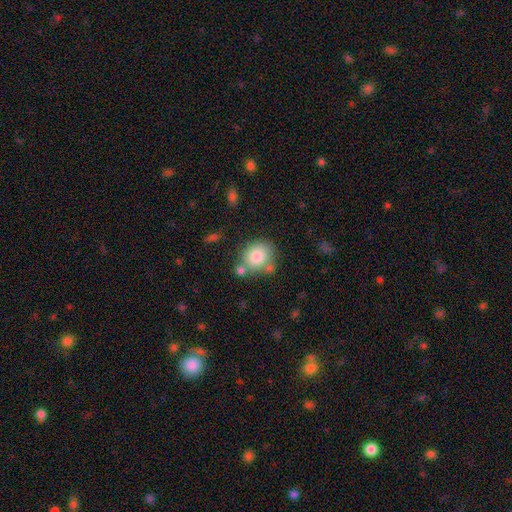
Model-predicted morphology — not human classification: type=smooth (82%); roundness=round (73%); merging=none (64%).